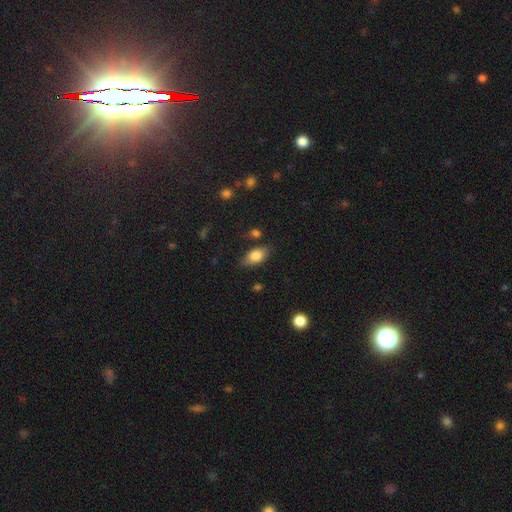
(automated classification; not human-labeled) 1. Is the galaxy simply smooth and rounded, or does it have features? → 81% smooth, 12% featured or disk, 7% star or artifact.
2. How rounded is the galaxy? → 90% in between, 5% round, 5% cigar-shaped.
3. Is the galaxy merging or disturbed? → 76% none, 16% minor disturbance, 4% major disturbance, 3% merger.